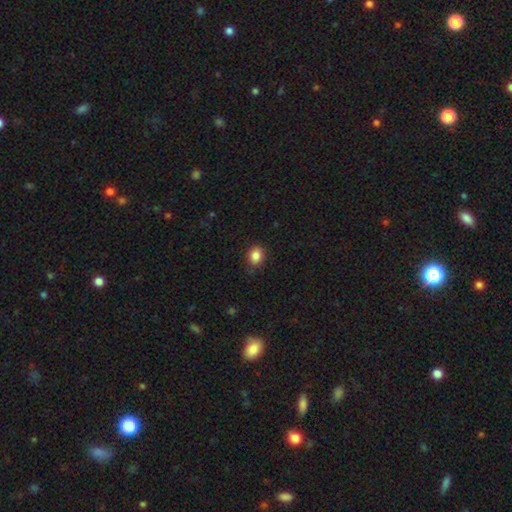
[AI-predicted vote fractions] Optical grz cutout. It shows a smooth galaxy with no disk features (86%) that is round (55%). Merging: none (83%).